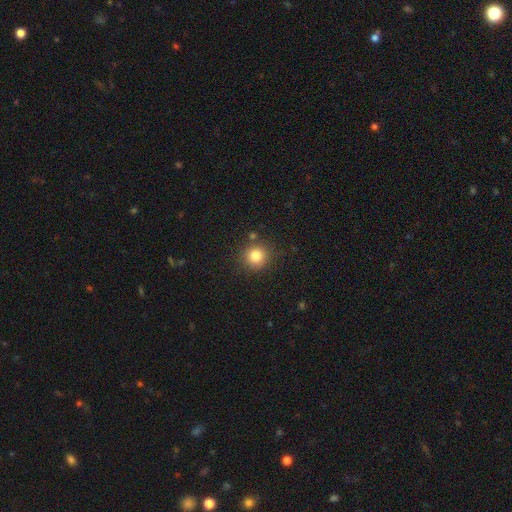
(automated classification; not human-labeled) Overall: smooth (82%). How rounded: round (92%). Merging: none (84%).